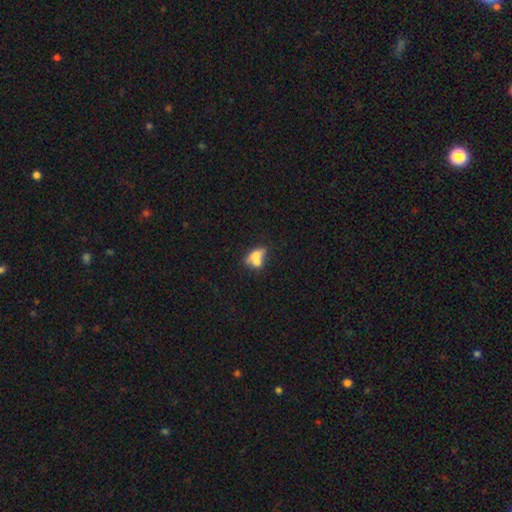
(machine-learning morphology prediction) Overall: smooth (62%; featured or disk 29%). How rounded: in between (71%). Merging: merger (58%; none 25%).